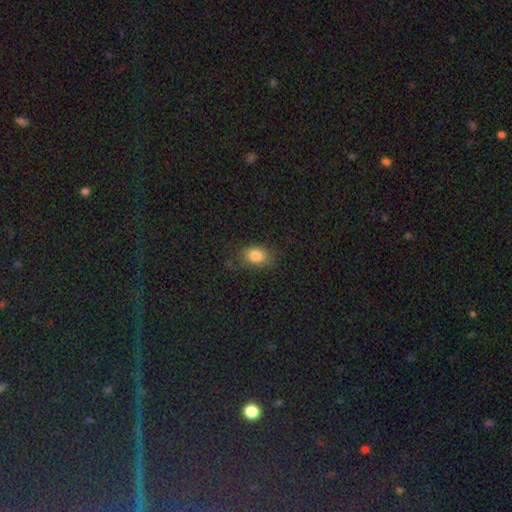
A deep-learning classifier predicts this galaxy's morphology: Smooth or featured? smooth (83%)
How rounded? in between (71%)
Merging? none (75%)